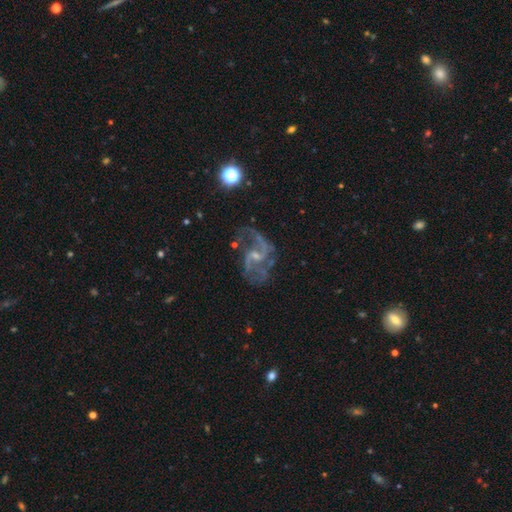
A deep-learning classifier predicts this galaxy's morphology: This is clearly a featured or disk galaxy (87%). It is clearly not viewed edge-on (98%). Bar: possibly weak (53%). Spiral arm pattern: clearly yes (95%). Spiral arm count: clearly 2 (81%). Spiral winding: possibly loose (51%). Central bulge: likely small (62%). Merging: possibly none (59%).